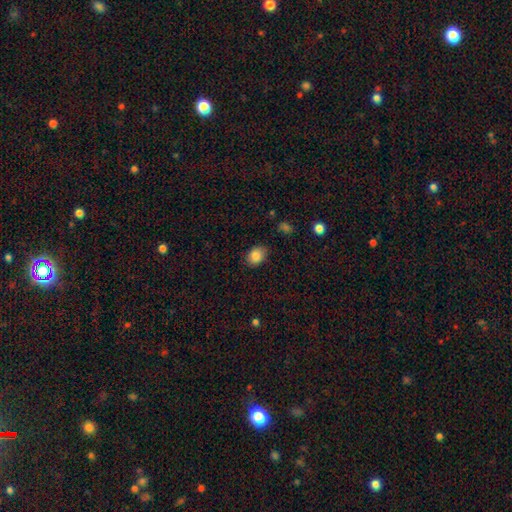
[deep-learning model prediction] smooth 85%, star or artifact 8%, featured or disk 7%. Down the decision tree: how rounded — in between (68%); merging — none (81%).